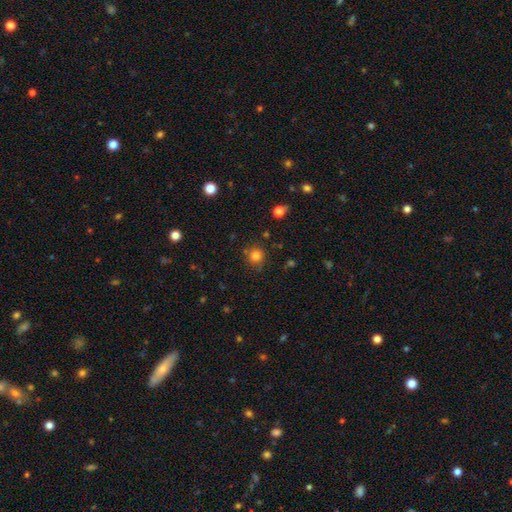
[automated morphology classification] This is clearly a smooth galaxy (80%). How rounded: clearly round (91%). Merging: clearly none (81%).